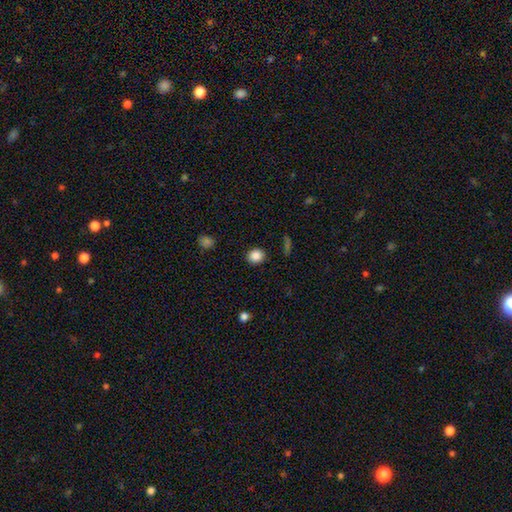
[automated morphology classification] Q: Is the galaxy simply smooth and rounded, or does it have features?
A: smooth — 86%.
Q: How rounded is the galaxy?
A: round — 77%.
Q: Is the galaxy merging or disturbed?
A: none — 90%.